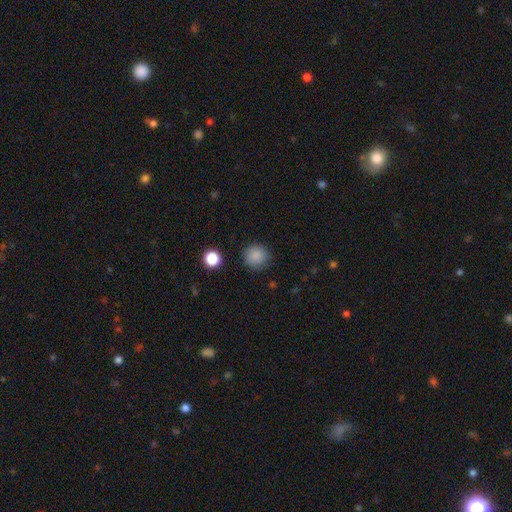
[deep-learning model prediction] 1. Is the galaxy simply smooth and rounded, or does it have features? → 87% smooth, 10% star or artifact, 3% featured or disk.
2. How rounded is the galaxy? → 93% round, 6% in between, 1% cigar-shaped.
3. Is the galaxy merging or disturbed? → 87% none, 8% minor disturbance, 3% major disturbance, 2% merger.